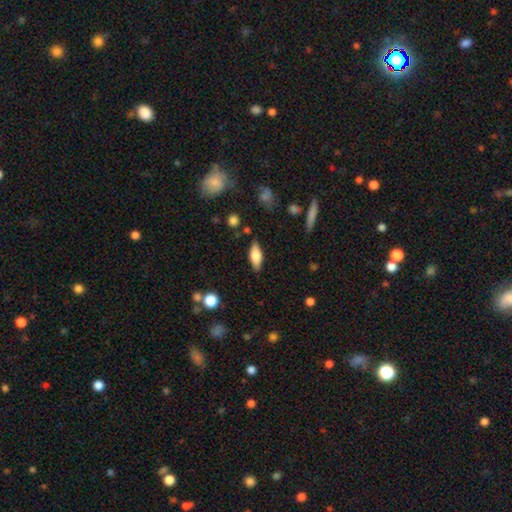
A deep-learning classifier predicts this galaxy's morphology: Smooth or featured?
  - smooth: 63% *
  - featured or disk: 29%
  - star or artifact: 7%
How rounded?
  - in between: 75% *
  - cigar-shaped: 22%
  - round: 3%
Merging?
  - none: 84% *
  - minor disturbance: 12%
  - major disturbance: 3%
  - merger: 2%